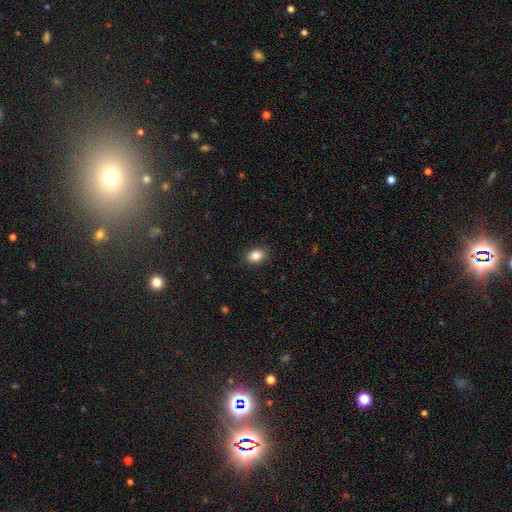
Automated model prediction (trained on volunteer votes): smooth-or-featured: smooth: 86% | star or artifact: 9% | featured or disk: 5%
  how-rounded: in between: 68% | round: 31% | cigar-shaped: 1%
  merging: none: 89% | minor disturbance: 8% | major disturbance: 2% | merger: 1%